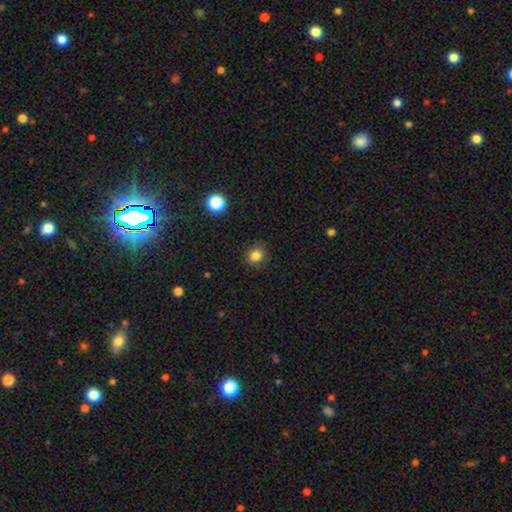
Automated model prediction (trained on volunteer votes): A smooth galaxy with no disk features (82%) that is round (74%).

Vote fractions:
- Smooth or featured? smooth: 82% / star or artifact: 12% / featured or disk: 5%
- How rounded? round: 74% / in between: 25% / cigar-shaped: 1%
- Merging? none: 84% / minor disturbance: 12% / major disturbance: 3% / merger: 1%